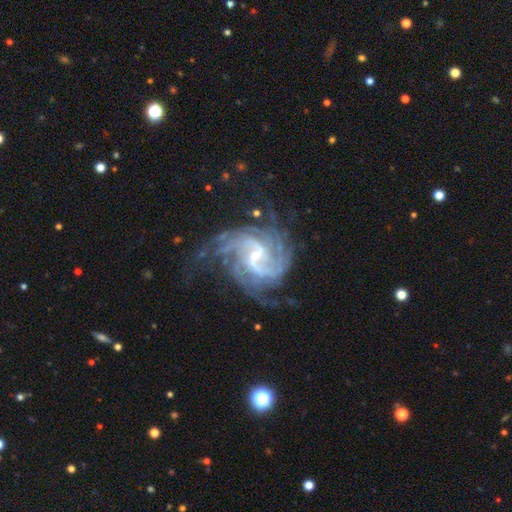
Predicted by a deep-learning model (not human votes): smooth-or-featured: featured or disk: 90% | star or artifact: 6% | smooth: 4%
  disk-edge-on: no: 98% | yes: 2%
    bar: weak: 55% | strong: 25% | no: 20%
    has-spiral-arms: yes: 98% | no: 2%
      spiral-winding: medium: 46% | tight: 38% | loose: 15%
      spiral-arm-count: 2: 32% | can't tell: 21% | 3: 18% | 4: 14% | more than 4: 8% | 1: 7%
    bulge-size: small: 66% | moderate: 26% | none: 5% | large: 2% | dominant: 1%
  merging: none: 61% | minor disturbance: 19% | major disturbance: 18% | merger: 2%